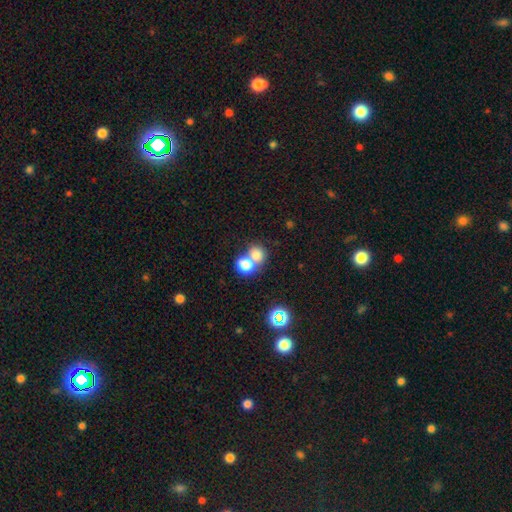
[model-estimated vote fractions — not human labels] smooth 77%, star or artifact 12%, featured or disk 11%. Down the decision tree: how rounded — round (70%); merging — merger (59%).